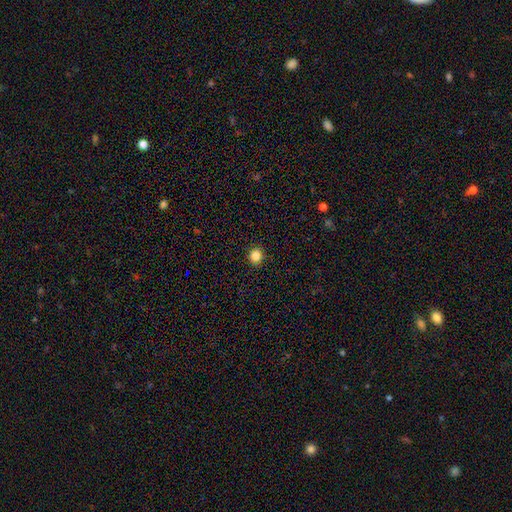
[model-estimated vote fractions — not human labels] smooth_or_featured: smooth (p=0.85) [alt: star or artifact p=0.11]
how_rounded: round (p=0.87) [alt: in between p=0.13]
merging: none (p=0.92) [alt: minor disturbance p=0.05]